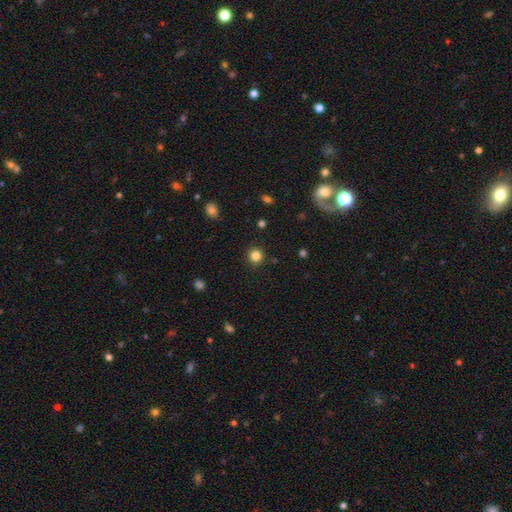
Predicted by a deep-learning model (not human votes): Smooth or featured: smooth — 83% (star or artifact — 13%)
How rounded: round — 94% (in between — 5%)
Merging: none — 91% (minor disturbance — 6%)